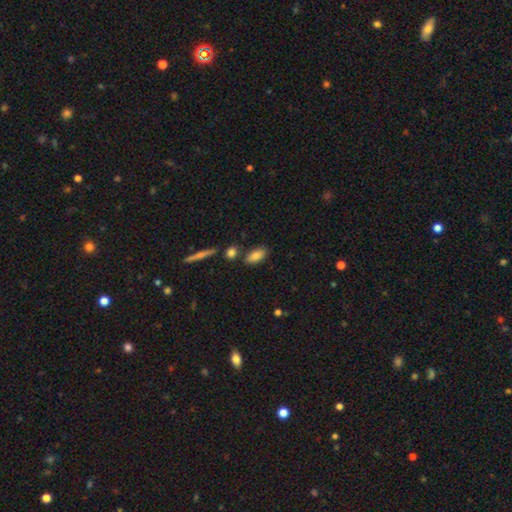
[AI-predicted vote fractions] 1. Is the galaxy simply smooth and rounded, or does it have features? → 81% smooth, 11% featured or disk, 7% star or artifact.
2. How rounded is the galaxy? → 86% in between, 10% cigar-shaped, 4% round.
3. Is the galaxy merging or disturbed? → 77% none, 11% minor disturbance, 9% merger, 3% major disturbance.